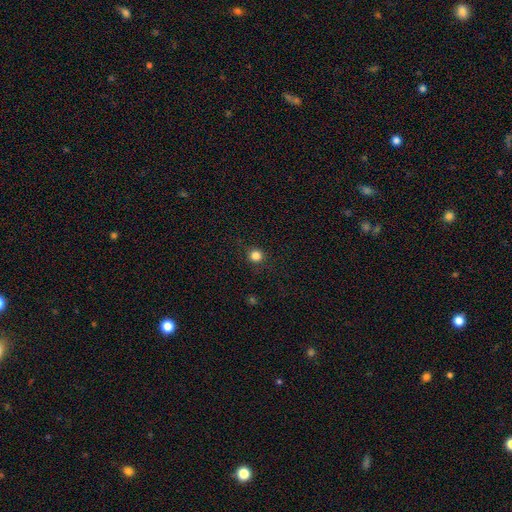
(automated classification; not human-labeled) Morphology: type=smooth (83%); roundness=round (94%); merging=none (90%).